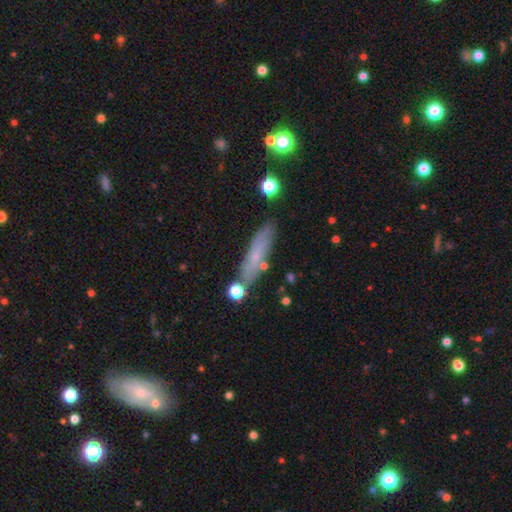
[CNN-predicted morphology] Smooth or featured: smooth — 59% (featured or disk — 31%)
How rounded: cigar-shaped — 76% (in between — 21%)
Merging: none — 78% (minor disturbance — 14%)